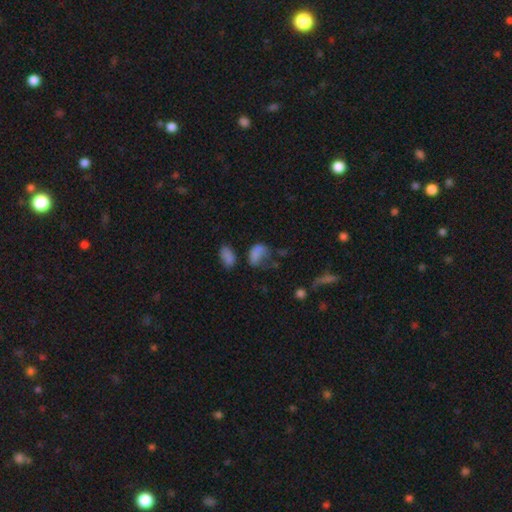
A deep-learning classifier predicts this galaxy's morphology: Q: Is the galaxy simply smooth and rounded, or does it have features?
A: smooth — 68%.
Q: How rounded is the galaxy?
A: in between — 82%.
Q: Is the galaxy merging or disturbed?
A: none — 38%.